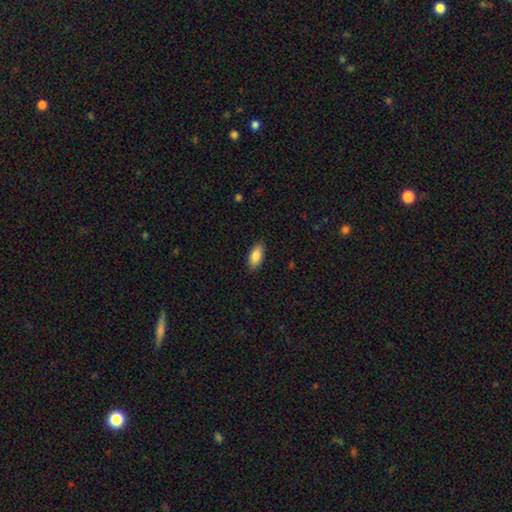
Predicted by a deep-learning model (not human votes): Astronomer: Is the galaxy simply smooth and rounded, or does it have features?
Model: smooth — 86%.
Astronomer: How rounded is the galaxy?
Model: in between — 89%.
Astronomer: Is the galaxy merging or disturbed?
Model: none — 88%.